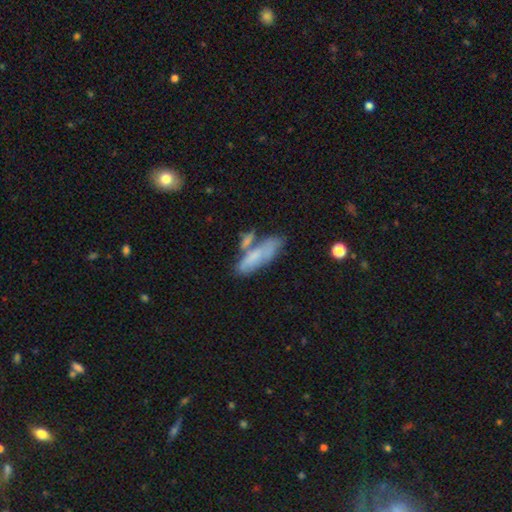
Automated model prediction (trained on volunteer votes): Morphology: type=smooth (67%); roundness=cigar-shaped (52%); merging=none (46%).